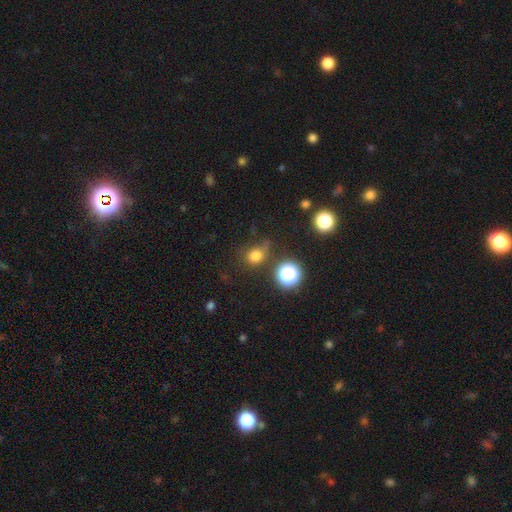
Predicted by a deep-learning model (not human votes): Smooth or featured?
  - smooth: 73% *
  - star or artifact: 20%
  - featured or disk: 7%
How rounded?
  - round: 73% *
  - in between: 26%
  - cigar-shaped: 1%
Merging?
  - none: 63% *
  - minor disturbance: 20%
  - major disturbance: 10%
  - merger: 7%